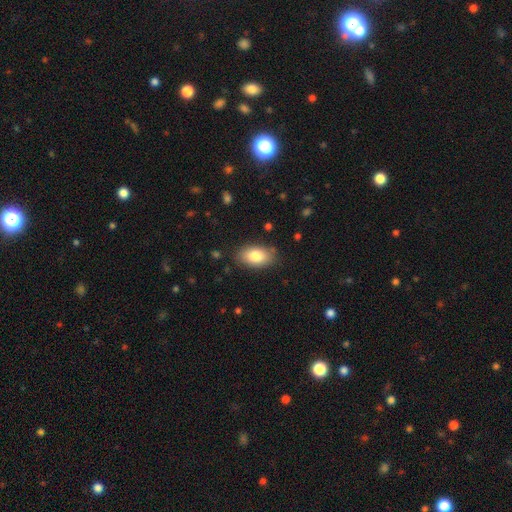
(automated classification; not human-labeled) Smooth or featured?
  - smooth: 82% *
  - featured or disk: 11%
  - star or artifact: 7%
How rounded?
  - in between: 93% *
  - round: 5%
  - cigar-shaped: 2%
Merging?
  - none: 84% *
  - minor disturbance: 12%
  - major disturbance: 3%
  - merger: 1%